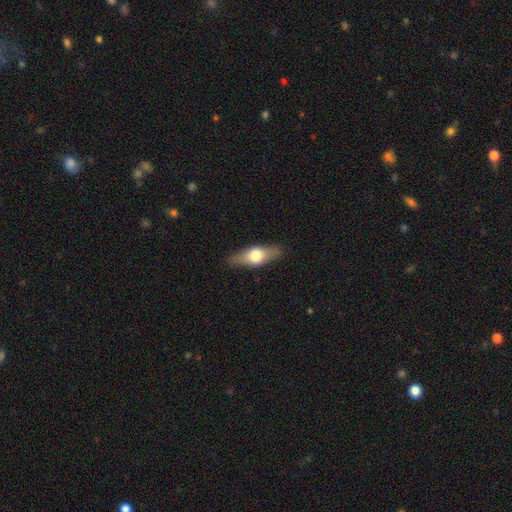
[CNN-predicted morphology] A smooth galaxy with no disk features (52%) that is in between round and cigar-shaped (56%).

Vote fractions:
- Smooth or featured? smooth: 52% / featured or disk: 42% / star or artifact: 6%
- How rounded? in between: 56% / cigar-shaped: 39% / round: 5%
- Merging? none: 87% / minor disturbance: 9% / major disturbance: 2% / merger: 1%